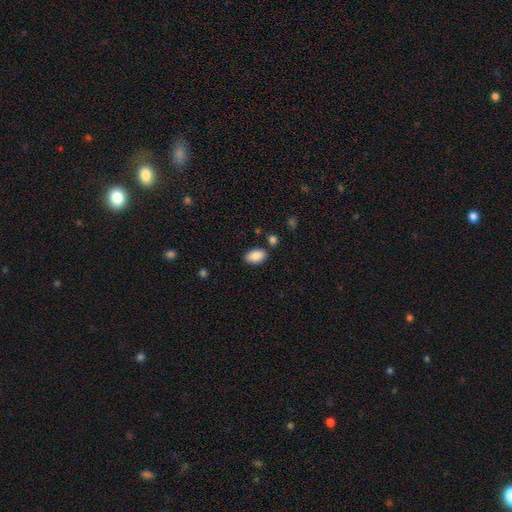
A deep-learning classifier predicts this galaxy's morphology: smooth 89%, star or artifact 7%, featured or disk 4%. Down the decision tree: how rounded — in between (92%); merging — none (80%).